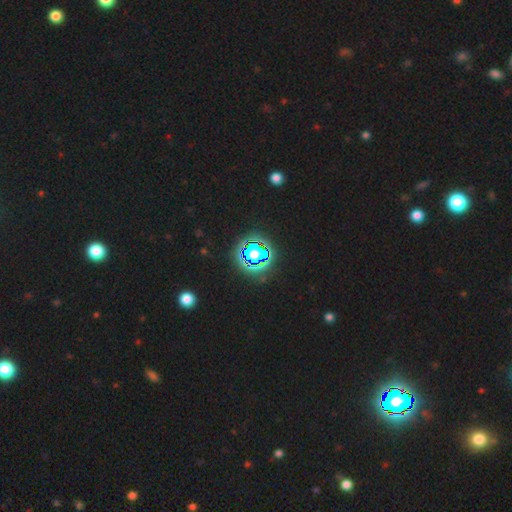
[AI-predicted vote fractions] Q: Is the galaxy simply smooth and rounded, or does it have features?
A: star or artifact — 68%.